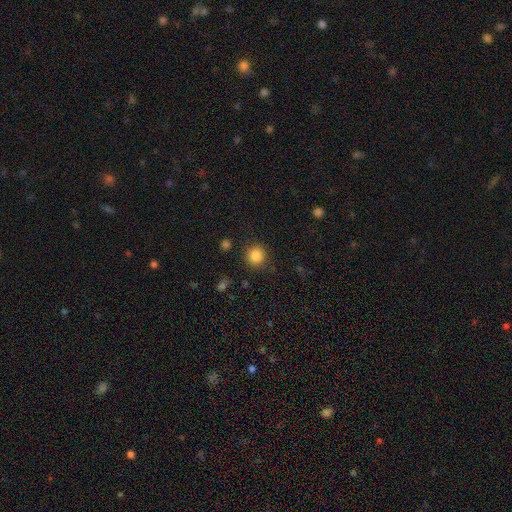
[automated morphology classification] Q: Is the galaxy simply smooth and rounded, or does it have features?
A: smooth — 85%.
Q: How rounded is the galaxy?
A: round — 91%.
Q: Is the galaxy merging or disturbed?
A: none — 88%.